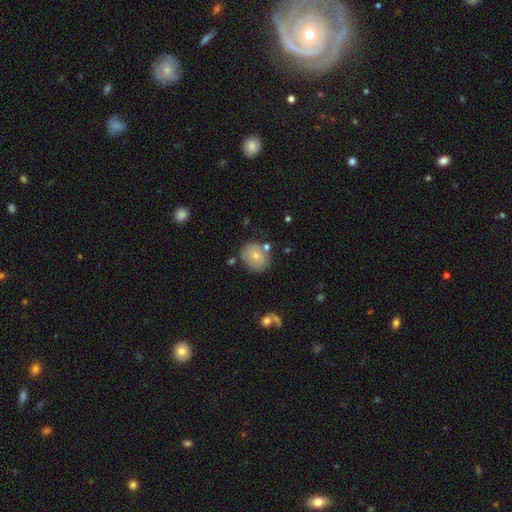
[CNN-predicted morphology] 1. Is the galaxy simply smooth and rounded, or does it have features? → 68% smooth, 24% featured or disk, 8% star or artifact.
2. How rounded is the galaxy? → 64% round, 36% in between, 1% cigar-shaped.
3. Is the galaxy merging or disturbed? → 71% none, 16% minor disturbance, 9% merger, 4% major disturbance.